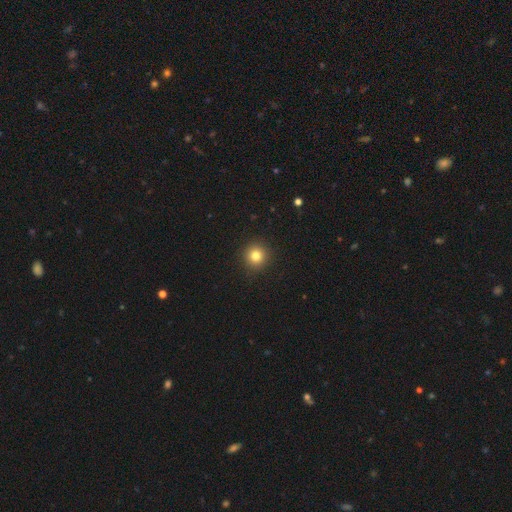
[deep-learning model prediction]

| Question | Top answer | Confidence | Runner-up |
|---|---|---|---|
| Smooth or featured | smooth | 82% | star or artifact (12%) |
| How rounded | round | 95% | in between (4%) |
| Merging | none | 93% | minor disturbance (5%) |